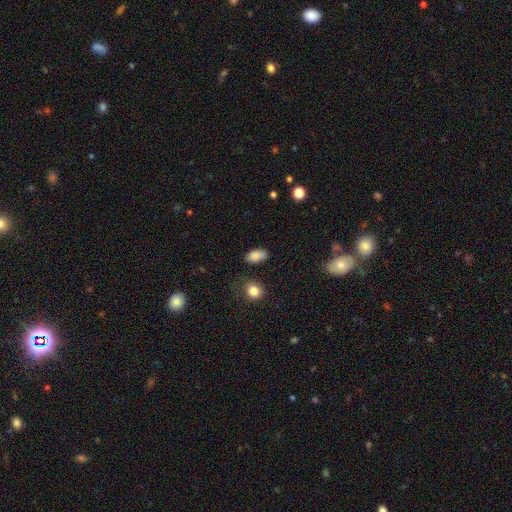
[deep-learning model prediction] A smooth galaxy with no disk features (86%) that is in between round and cigar-shaped (92%).

Vote fractions:
- Smooth or featured? smooth: 86% / star or artifact: 9% / featured or disk: 6%
- How rounded? in between: 92% / round: 6% / cigar-shaped: 2%
- Merging? none: 77% / minor disturbance: 16% / major disturbance: 4% / merger: 3%